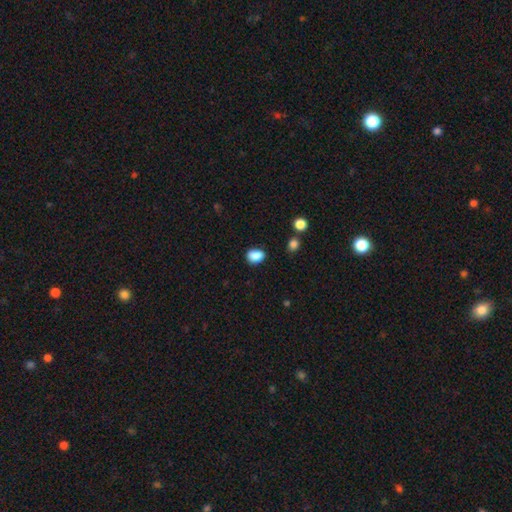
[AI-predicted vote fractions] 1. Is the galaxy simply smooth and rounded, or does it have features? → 88% smooth, 9% star or artifact, 3% featured or disk.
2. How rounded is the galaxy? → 68% in between, 31% round, 1% cigar-shaped.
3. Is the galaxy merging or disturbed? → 81% none, 14% minor disturbance, 3% major disturbance, 2% merger.